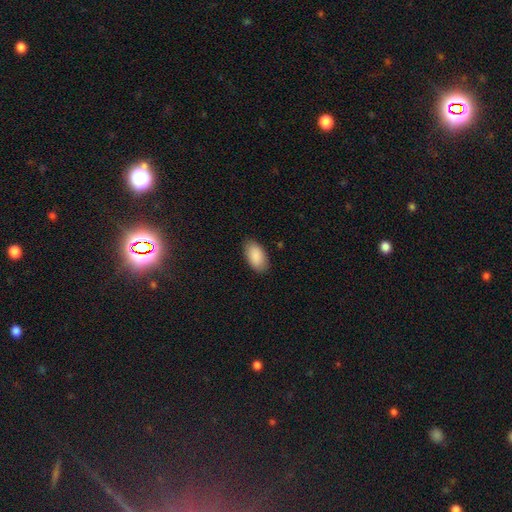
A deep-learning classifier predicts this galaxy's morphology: Smooth or featured?
  - smooth: 90% *
  - star or artifact: 6%
  - featured or disk: 4%
How rounded?
  - in between: 95% *
  - round: 3%
  - cigar-shaped: 2%
Merging?
  - none: 85% *
  - minor disturbance: 11%
  - major disturbance: 3%
  - merger: 1%